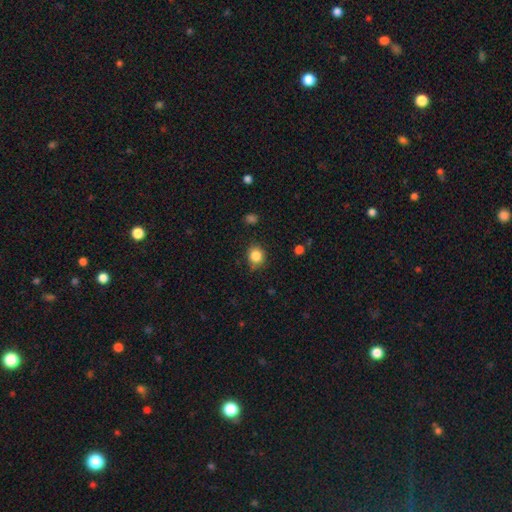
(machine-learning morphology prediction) Smooth or featured? Predicted: smooth (p=0.84). How rounded? Predicted: round (p=0.80). Merging? Predicted: none (p=0.80).